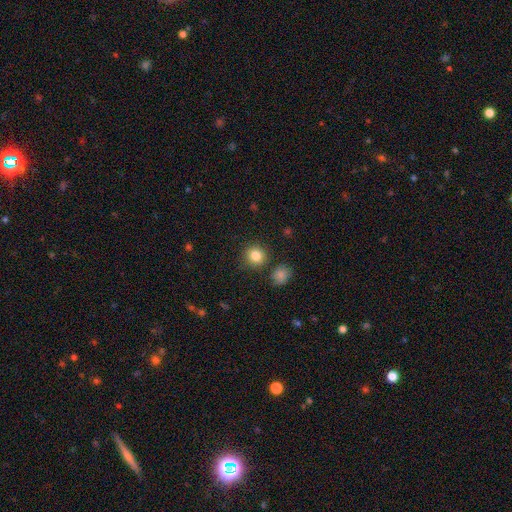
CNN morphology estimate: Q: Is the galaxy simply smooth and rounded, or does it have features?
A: smooth — 84%.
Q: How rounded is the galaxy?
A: round — 91%.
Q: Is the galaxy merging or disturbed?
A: none — 86%.